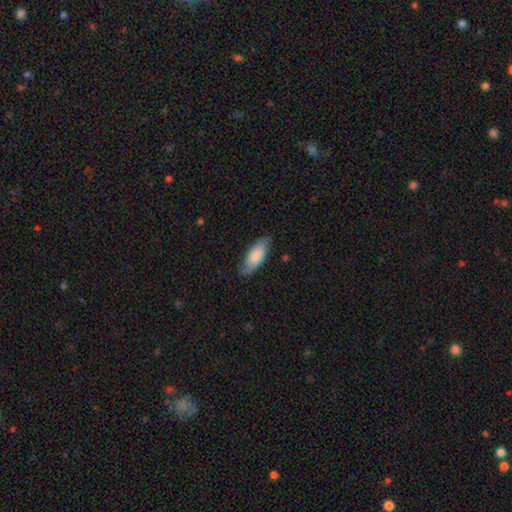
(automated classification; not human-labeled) Overall: smooth (66%; featured or disk 28%). How rounded: in between (79%). Merging: none (76%).